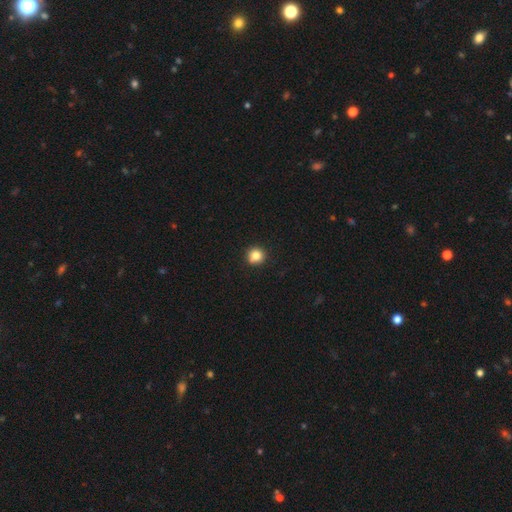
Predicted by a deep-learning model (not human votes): Morphology: type=smooth (83%); roundness=round (93%); merging=none (84%).